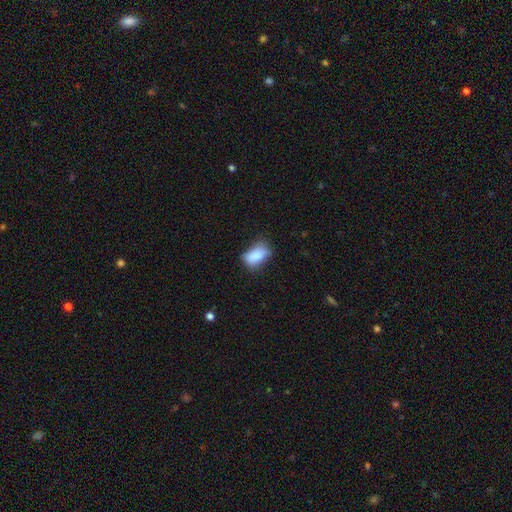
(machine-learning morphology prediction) Smooth or featured? smooth (81%)
How rounded? in between (88%)
Merging? none (49%)